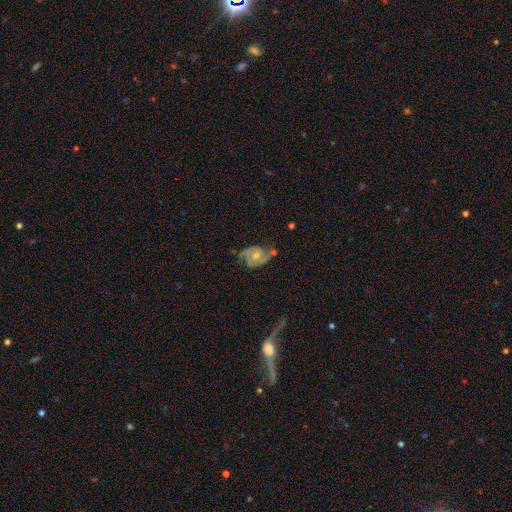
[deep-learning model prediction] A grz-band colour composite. It shows a featured or disk galaxy (82%) with no bar (66%), 2 (78%) medium (49%) spiral arms (95%) and a moderate central bulge (55%). Merging: none (57%).